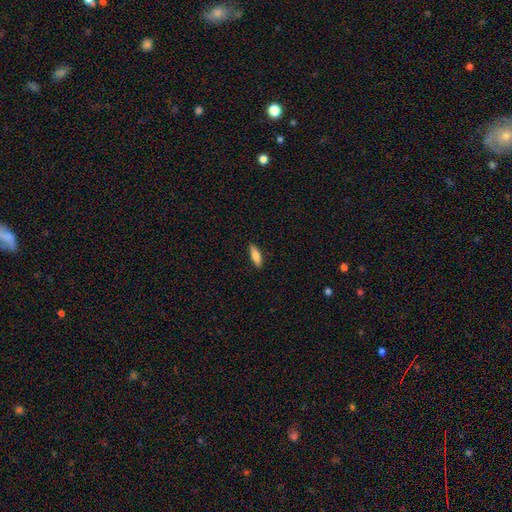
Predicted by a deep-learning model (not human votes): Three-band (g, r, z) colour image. It shows a smooth galaxy with no disk features (80%) that is in between round and cigar-shaped (51%). Merging: none (89%).